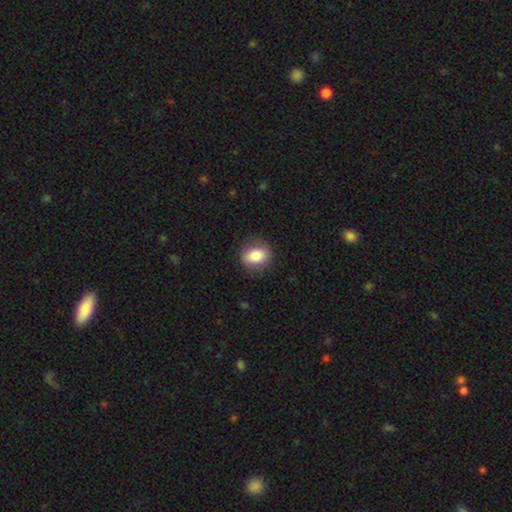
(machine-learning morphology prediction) A smooth galaxy with no disk features (83%) that is in between round and cigar-shaped (51%). Merging: none (86%).